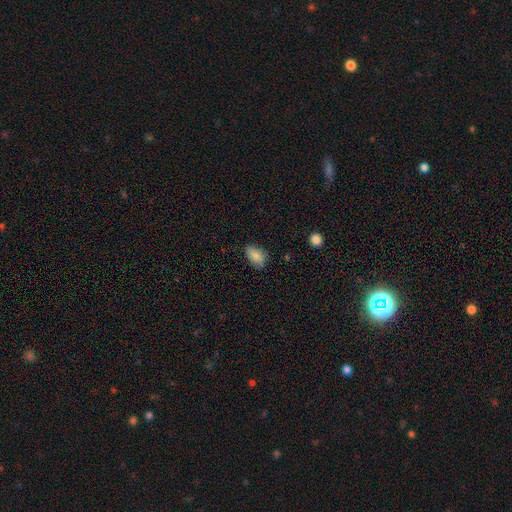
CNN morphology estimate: smooth_or_featured: smooth (p=0.86) [alt: star or artifact p=0.08]
how_rounded: in between (p=0.90) [alt: round p=0.08]
merging: none (p=0.70) [alt: minor disturbance p=0.25]